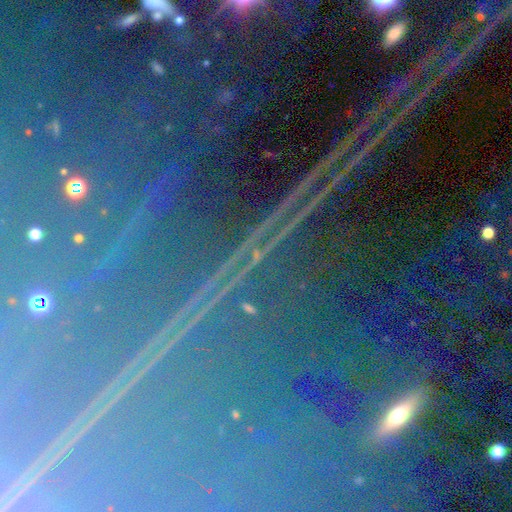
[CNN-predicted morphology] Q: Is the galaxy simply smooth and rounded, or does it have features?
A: star or artifact — 85%.